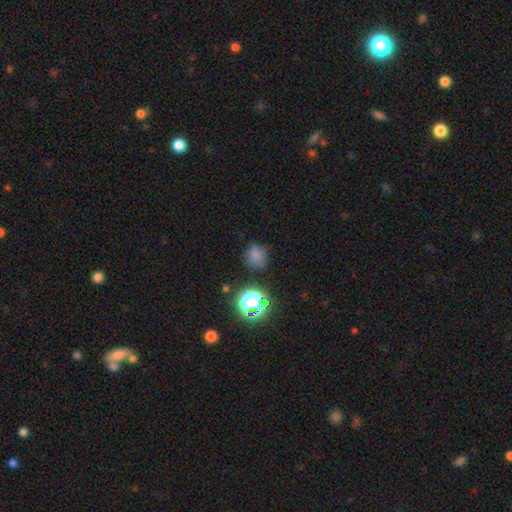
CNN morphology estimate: Smooth or featured: smooth — 70% (star or artifact — 23%)
How rounded: round — 81% (in between — 18%)
Merging: none — 74% (minor disturbance — 16%)